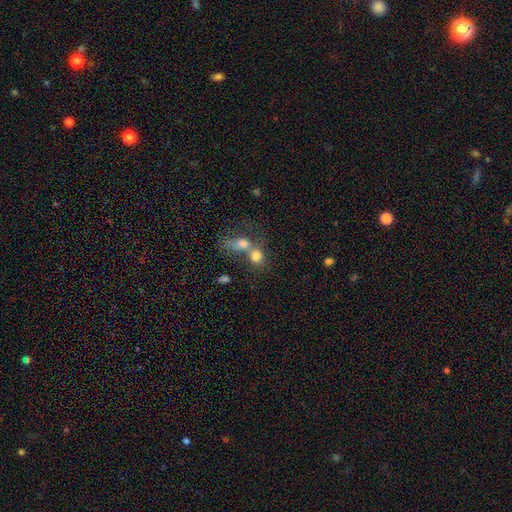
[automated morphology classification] The model was most divided on "merging": merger: 56%, none: 30%, minor disturbance: 8%, major disturbance: 6%. More confident: smooth or featured — smooth (77%); how rounded — round (67%).